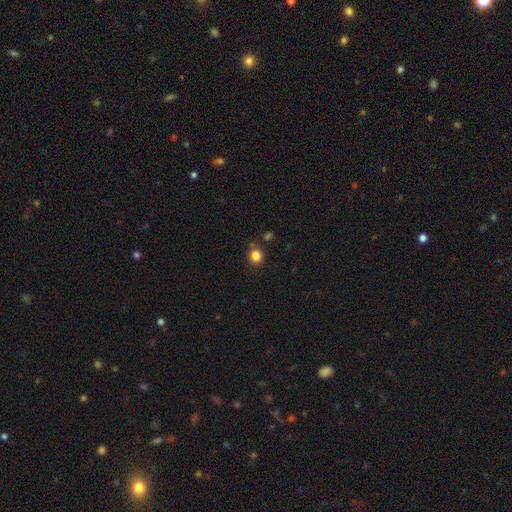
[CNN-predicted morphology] Smooth or featured: smooth — 84% (star or artifact — 12%)
How rounded: round — 85% (in between — 14%)
Merging: none — 82% (minor disturbance — 10%)